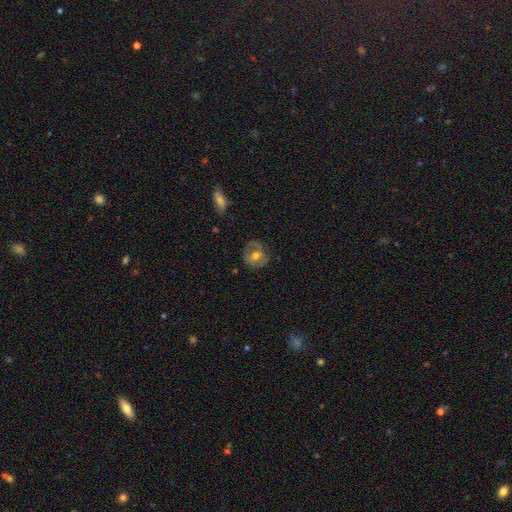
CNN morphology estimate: The model was most divided on "smooth or featured": featured or disk: 50%, smooth: 42%, star or artifact: 8%. More confident: edge-on disk — no (95%); merging — none (70%).